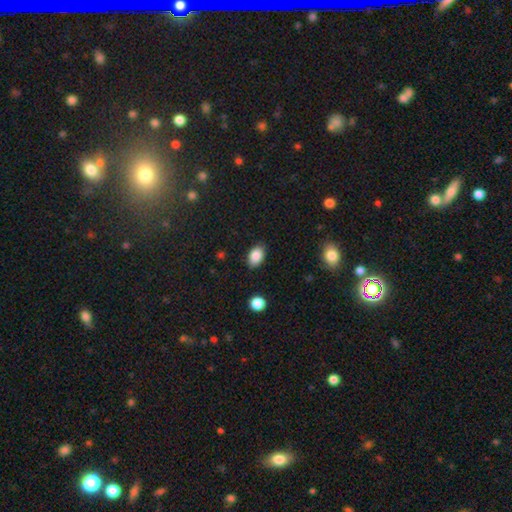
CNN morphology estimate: smooth 87%, star or artifact 8%, featured or disk 5%. Down the decision tree: how rounded — in between (85%); merging — none (83%).